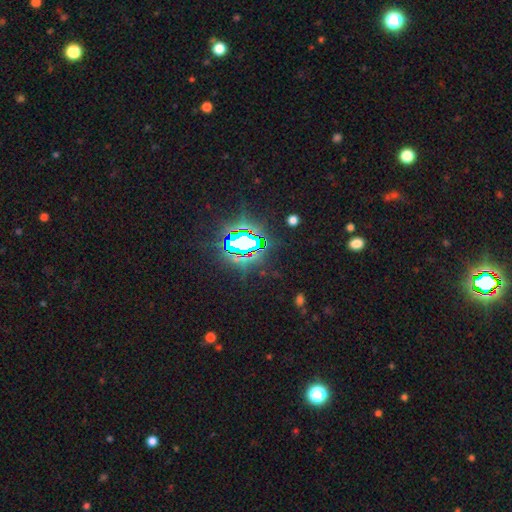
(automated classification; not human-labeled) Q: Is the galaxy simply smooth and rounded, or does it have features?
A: star or artifact — 80%.